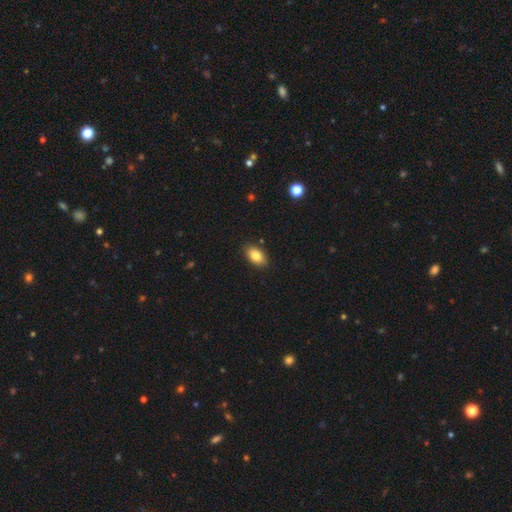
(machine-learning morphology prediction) Smooth or featured? smooth (84%)
How rounded? in between (90%)
Merging? none (87%)